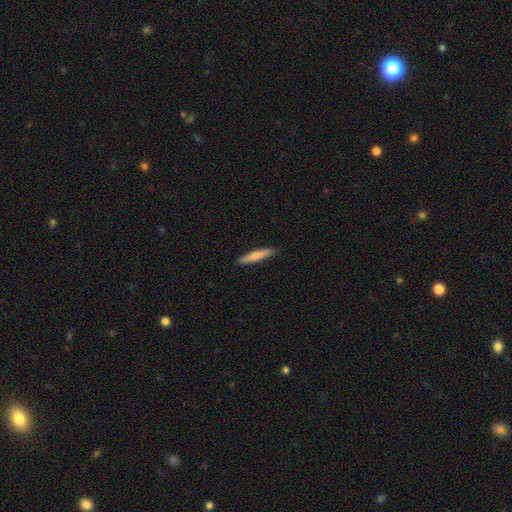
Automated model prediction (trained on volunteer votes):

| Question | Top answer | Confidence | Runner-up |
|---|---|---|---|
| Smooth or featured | smooth | 63% | featured or disk (31%) |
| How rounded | cigar-shaped | 90% | in between (9%) |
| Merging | none | 89% | minor disturbance (8%) |